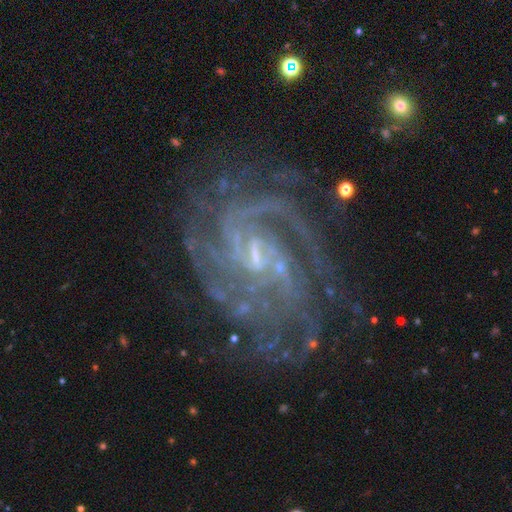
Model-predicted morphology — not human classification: The model was most divided on "spiral arm count" (2-way tie): can't tell: 21%, 3: 21%, 2: 19%, 4: 18%, more than 4: 12%, 1: 10%. More confident: edge-on disk — no (98%); spiral arms — yes (98%); smooth or featured — featured or disk (90%); bulge size — small (71%); merging — none (70%); spiral winding — tight (56%); bar — weak (51%).